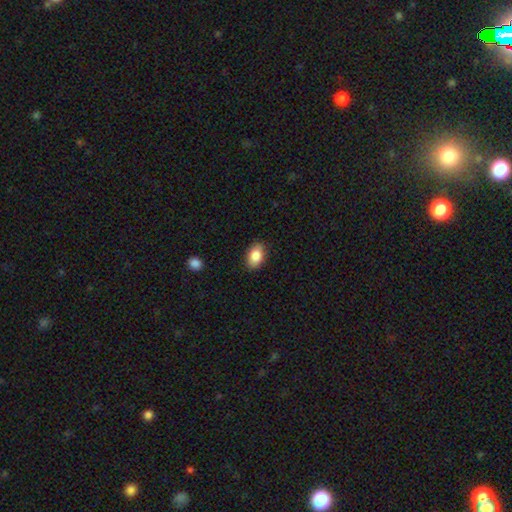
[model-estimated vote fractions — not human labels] Smooth or featured? smooth (86%)
How rounded? in between (89%)
Merging? none (87%)